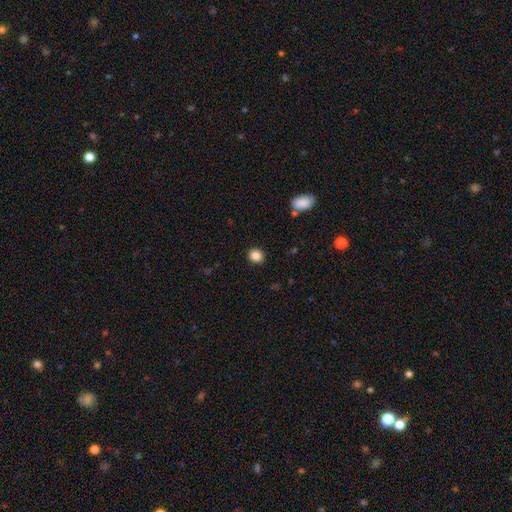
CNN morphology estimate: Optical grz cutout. It shows a smooth galaxy with no disk features (86%) that is round (78%). Merging: none (91%).